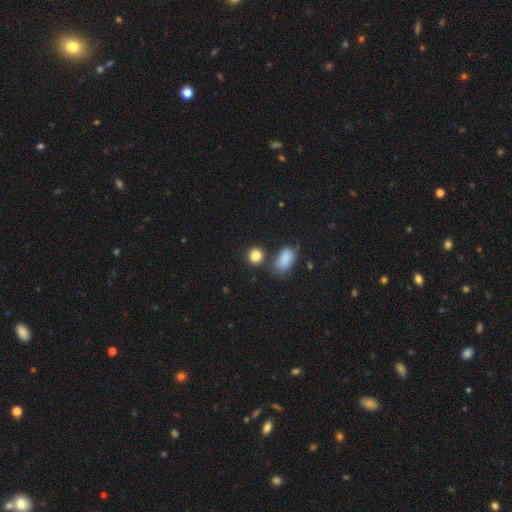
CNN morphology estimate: smooth-or-featured: smooth: 85% | star or artifact: 10% | featured or disk: 5%
  how-rounded: round: 70% | in between: 29% | cigar-shaped: 2%
  merging: none: 70% | merger: 14% | minor disturbance: 12% | major disturbance: 4%